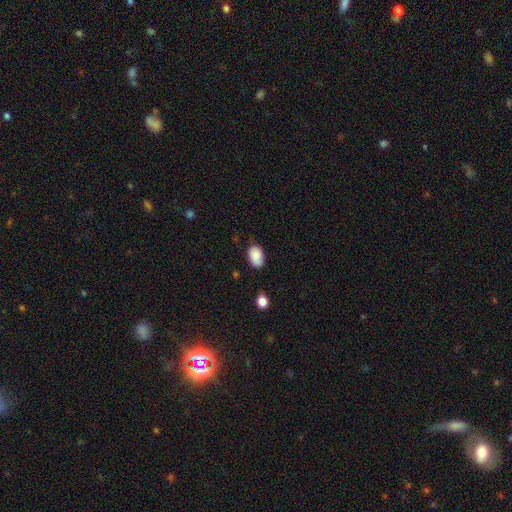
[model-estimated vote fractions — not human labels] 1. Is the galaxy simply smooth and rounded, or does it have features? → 86% smooth, 7% star or artifact, 7% featured or disk.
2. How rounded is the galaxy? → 89% in between, 10% round, 1% cigar-shaped.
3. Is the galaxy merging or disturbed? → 70% none, 24% minor disturbance, 4% major disturbance, 2% merger.